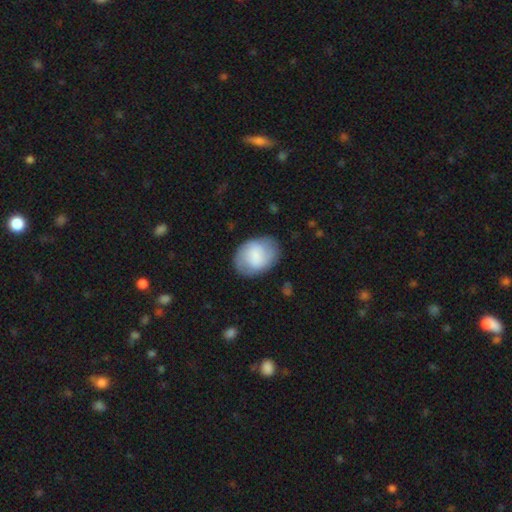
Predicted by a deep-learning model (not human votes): Smooth or featured? Predicted: smooth (p=0.71). How rounded? Predicted: in between (p=0.69). Merging? Predicted: none (p=0.72).